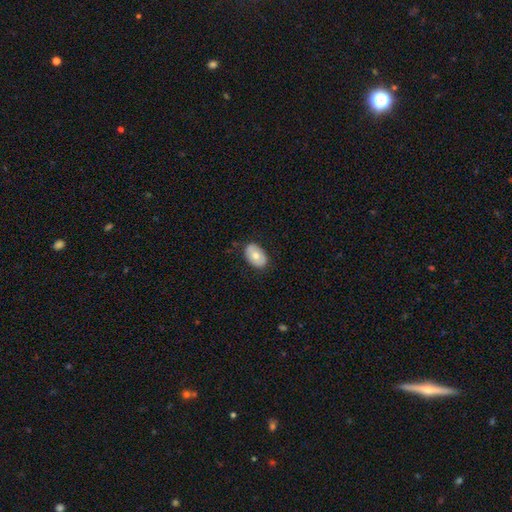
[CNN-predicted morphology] The model was most divided on "smooth or featured": smooth: 69%, featured or disk: 24%, star or artifact: 7%. More confident: how rounded — in between (89%); merging — none (83%).